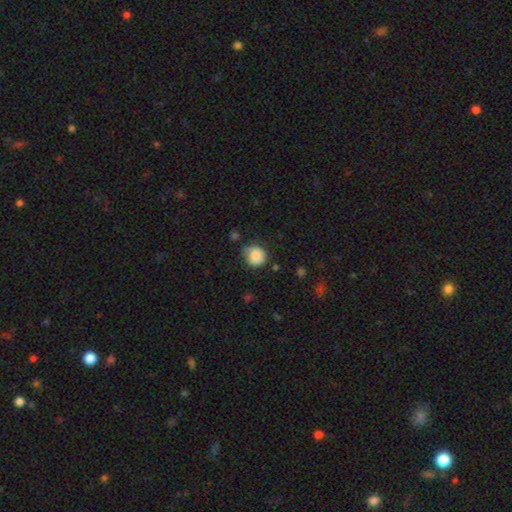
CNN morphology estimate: smooth_or_featured: smooth (p=0.84) [alt: star or artifact p=0.09]
how_rounded: round (p=0.85) [alt: in between p=0.14]
merging: none (p=0.61) [alt: minor disturbance p=0.28]